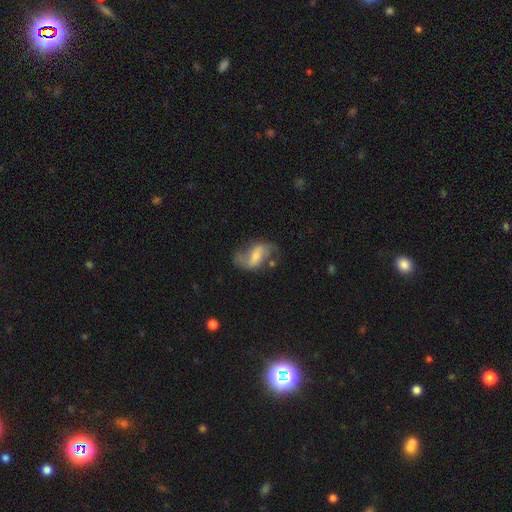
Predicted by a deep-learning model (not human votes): Morphology: type=featured or disk (73%); edge-on=no (96%); bar=weak (46%); spiral arms=yes (90%); winding=loose (66%); arm count=2 (88%); bulge=moderate (37%); merging=none (56%).